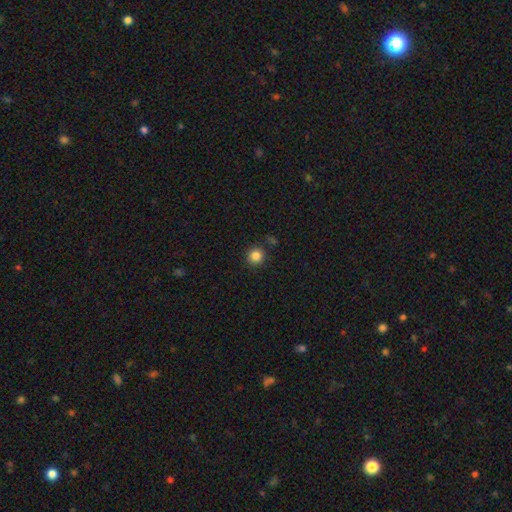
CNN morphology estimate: Smooth or featured?
  - smooth: 84% *
  - star or artifact: 12%
  - featured or disk: 4%
How rounded?
  - round: 93% *
  - in between: 6%
  - cigar-shaped: 1%
Merging?
  - none: 88% *
  - minor disturbance: 7%
  - merger: 3%
  - major disturbance: 2%